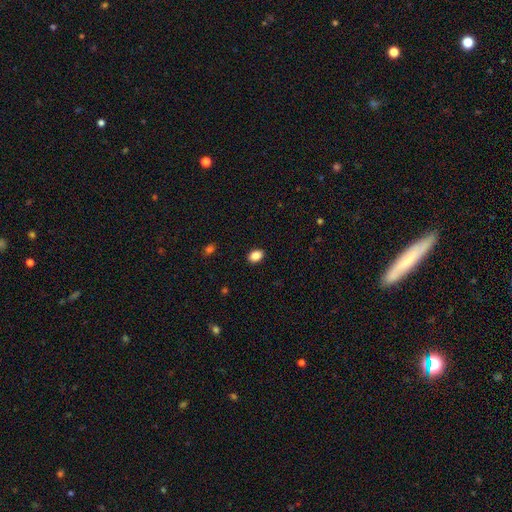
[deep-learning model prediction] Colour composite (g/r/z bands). It shows a smooth galaxy with no disk features (88%) that is in between round and cigar-shaped (78%). Merging: none (90%).